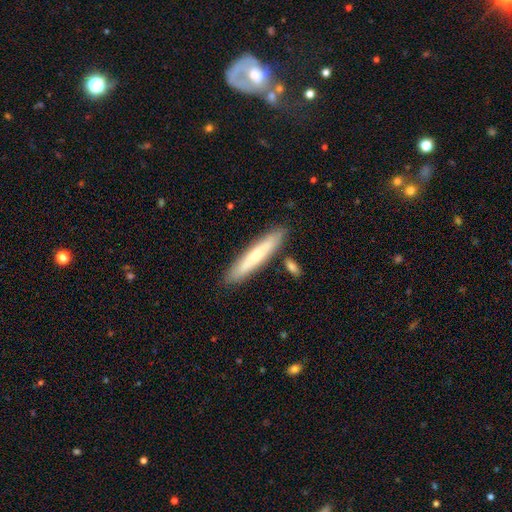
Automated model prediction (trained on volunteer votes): This is possibly a smooth galaxy (53%). How rounded: clearly cigar-shaped (88%). Merging: clearly none (84%).